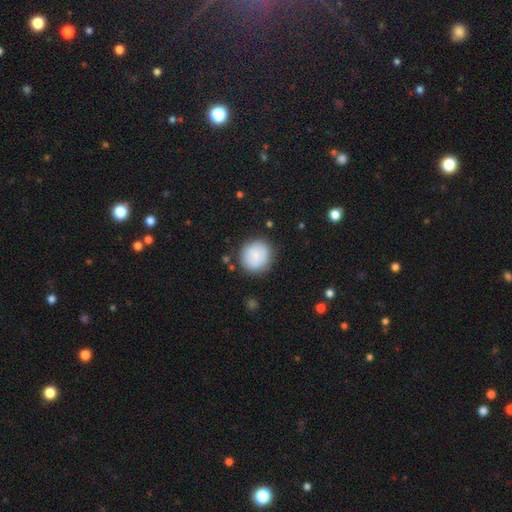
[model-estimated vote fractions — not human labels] This appears to be a smooth galaxy with no disk features (80%) that is round (88%). Merging: none (80%).